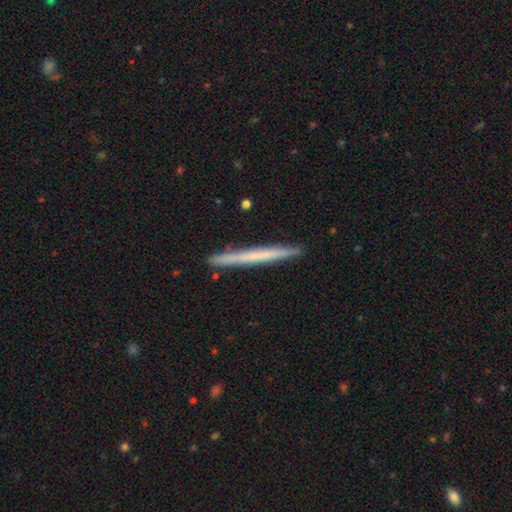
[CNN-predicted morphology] A smooth galaxy with no disk features (53%) that is cigar-shaped (98%).

Vote fractions:
- Smooth or featured? smooth: 53% / featured or disk: 42% / star or artifact: 5%
- How rounded? cigar-shaped: 98% / in between: 1% / round: 1%
- Merging? none: 92% / minor disturbance: 6% / major disturbance: 1% / merger: 1%